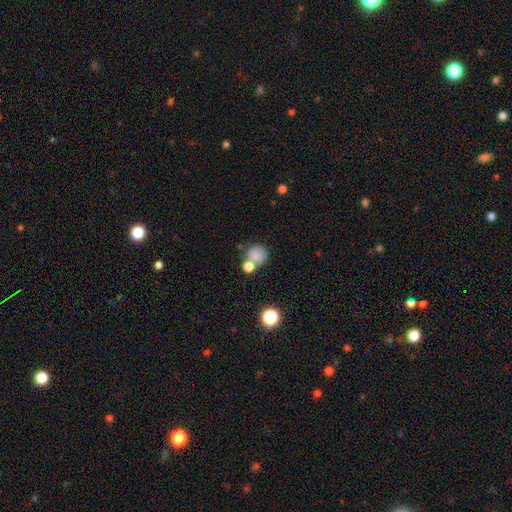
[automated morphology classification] Smooth or featured?
  - smooth: 78% *
  - star or artifact: 12%
  - featured or disk: 10%
How rounded?
  - round: 81% *
  - in between: 18%
  - cigar-shaped: 1%
Merging?
  - none: 46% *
  - merger: 33%
  - minor disturbance: 13%
  - major disturbance: 7%